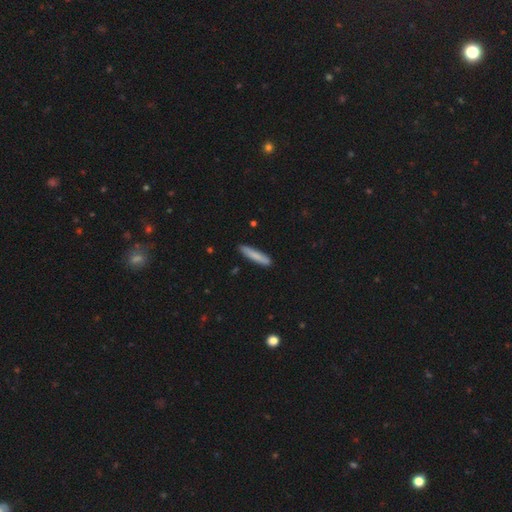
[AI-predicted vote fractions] smooth 81%, featured or disk 14%, star or artifact 5%. Down the decision tree: how rounded — cigar-shaped (90%); merging — none (88%).